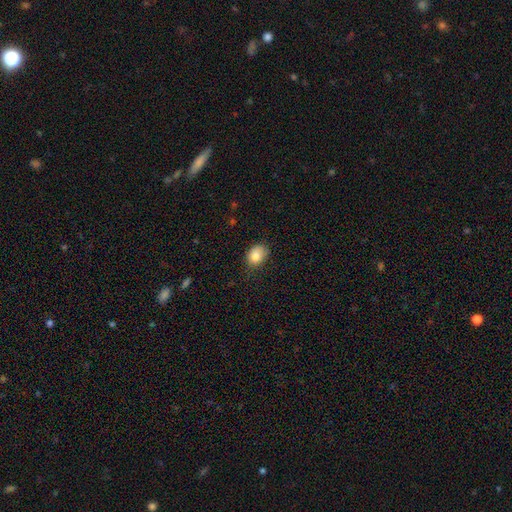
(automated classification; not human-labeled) smooth-or-featured: smooth: 84% | star or artifact: 9% | featured or disk: 7%
  how-rounded: in between: 62% | round: 37% | cigar-shaped: 1%
  merging: none: 68% | minor disturbance: 25% | major disturbance: 5% | merger: 1%